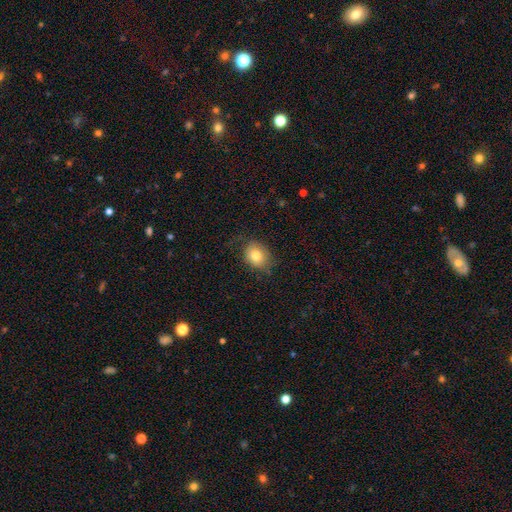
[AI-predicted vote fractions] Smooth or featured? Predicted: smooth (p=0.79). How rounded? Predicted: round (p=0.53). Merging? Predicted: none (p=0.73).